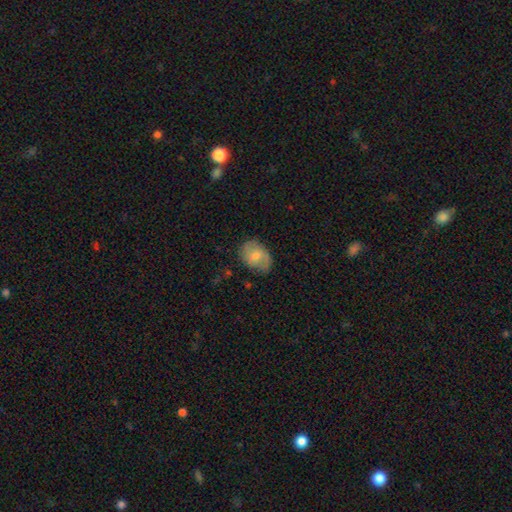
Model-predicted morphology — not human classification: type=smooth (59%); roundness=in between (70%); merging=none (71%).